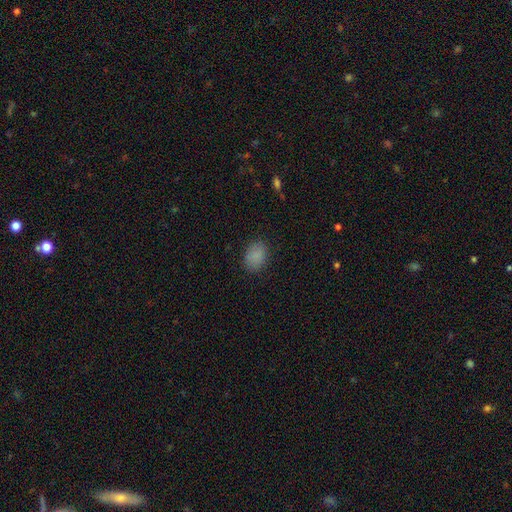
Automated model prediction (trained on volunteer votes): This is clearly a smooth galaxy (86%). How rounded: likely in between (74%). Merging: clearly none (84%).